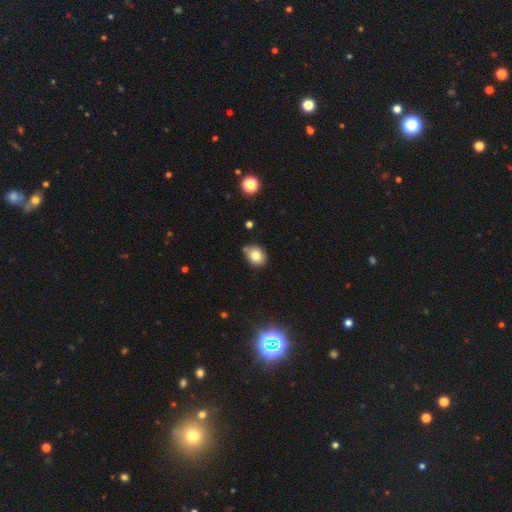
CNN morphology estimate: A smooth galaxy with no disk features (79%) that is round (50%). Merging: none (72%).